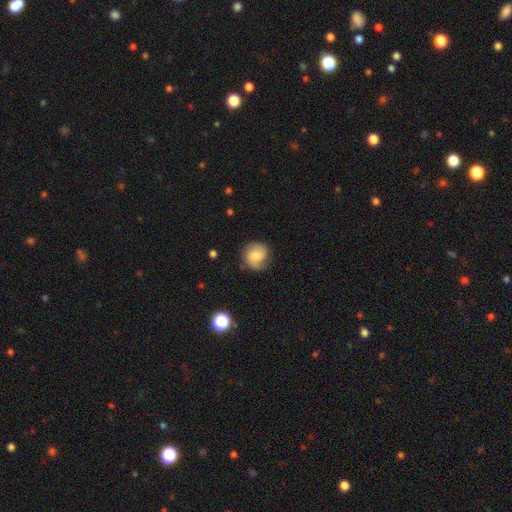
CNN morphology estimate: smooth-or-featured: smooth: 68% | featured or disk: 23% | star or artifact: 9%
  how-rounded: round: 86% | in between: 13% | cigar-shaped: 1%
  merging: none: 72% | minor disturbance: 20% | major disturbance: 6% | merger: 2%